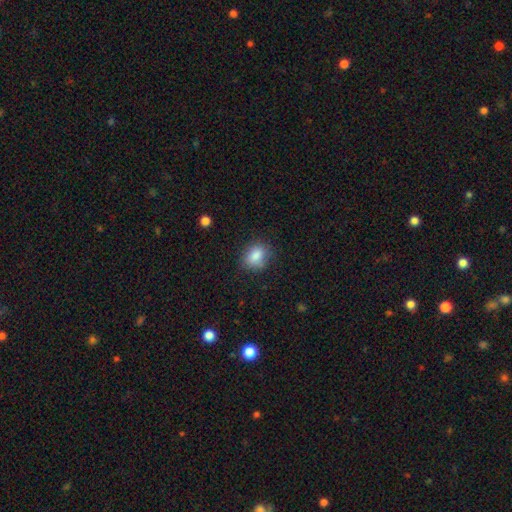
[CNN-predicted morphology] type=smooth (85%); roundness=in between (60%); merging=none (77%).